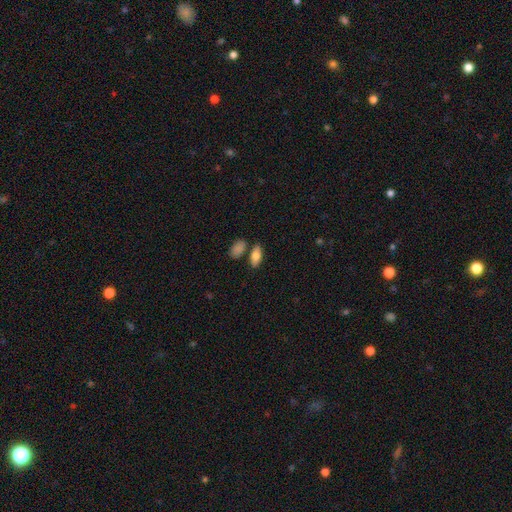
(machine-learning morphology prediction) This is clearly a smooth galaxy (82%). How rounded: clearly in between (87%). Merging: likely none (72%).